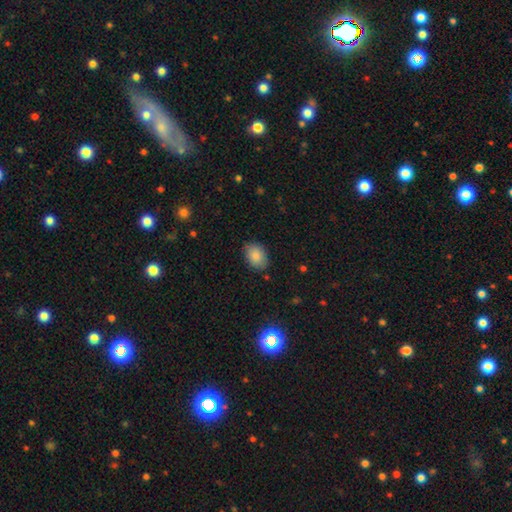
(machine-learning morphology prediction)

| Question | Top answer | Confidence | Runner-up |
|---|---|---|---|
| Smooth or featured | smooth | 86% | star or artifact (8%) |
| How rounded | in between | 73% | round (26%) |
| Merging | none | 81% | minor disturbance (14%) |